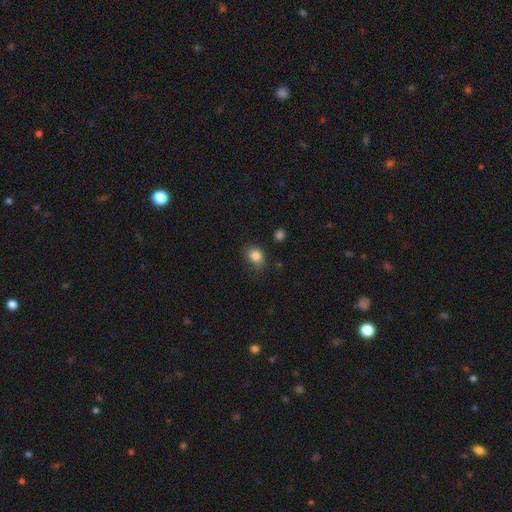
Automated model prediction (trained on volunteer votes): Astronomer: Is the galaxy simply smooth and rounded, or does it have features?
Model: smooth — 84%.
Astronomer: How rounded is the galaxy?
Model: round — 56% (runner-up: in between, 43%).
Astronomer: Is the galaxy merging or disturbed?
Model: none — 68%.